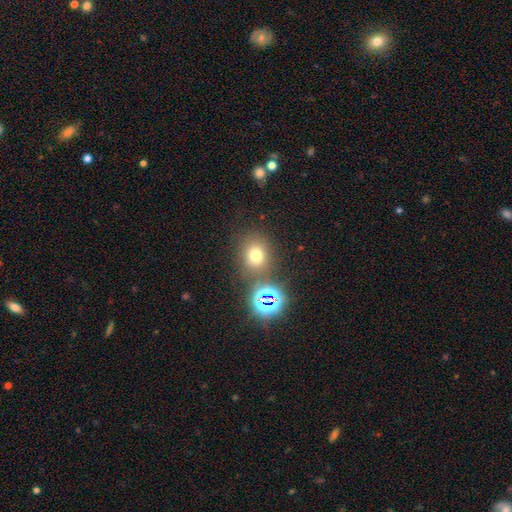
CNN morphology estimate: Overall: smooth (66%). How rounded: round (70%). Merging: none (72%).